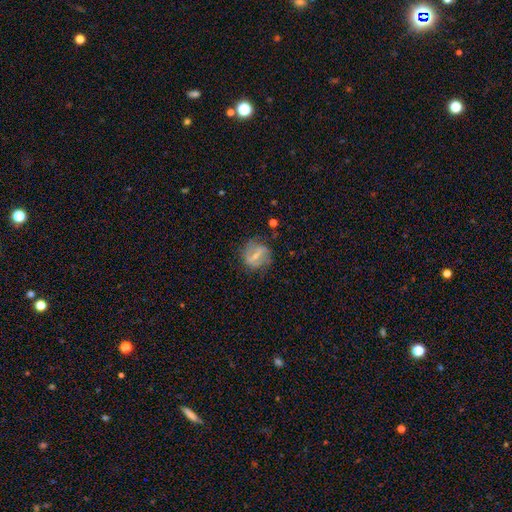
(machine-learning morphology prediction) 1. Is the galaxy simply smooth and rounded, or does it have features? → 61% featured or disk, 31% smooth, 8% star or artifact.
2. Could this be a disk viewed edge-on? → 93% no, 7% yes.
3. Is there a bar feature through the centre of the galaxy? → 51% strong, 36% weak, 13% no.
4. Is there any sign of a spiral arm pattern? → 57% yes, 43% no.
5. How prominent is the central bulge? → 51% small, 34% moderate, 11% none, 2% large, 1% dominant.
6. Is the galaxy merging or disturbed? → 63% none, 22% minor disturbance, 13% major disturbance, 2% merger.